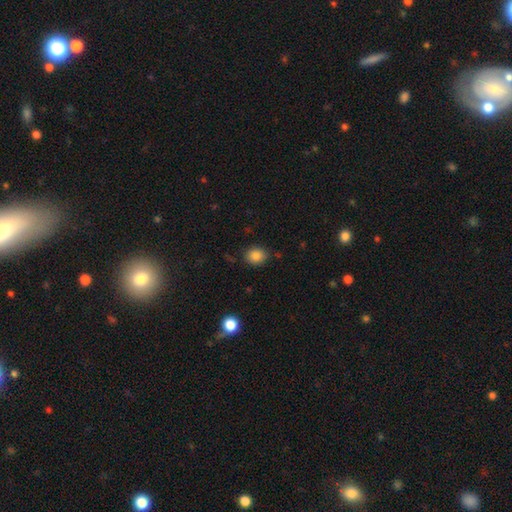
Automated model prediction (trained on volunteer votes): Q: Smooth or featured?
A: smooth (85%); runner-up: star or artifact (10%)
Q: How rounded?
A: round (65%); runner-up: in between (34%)
Q: Merging?
A: none (83%); runner-up: minor disturbance (12%)